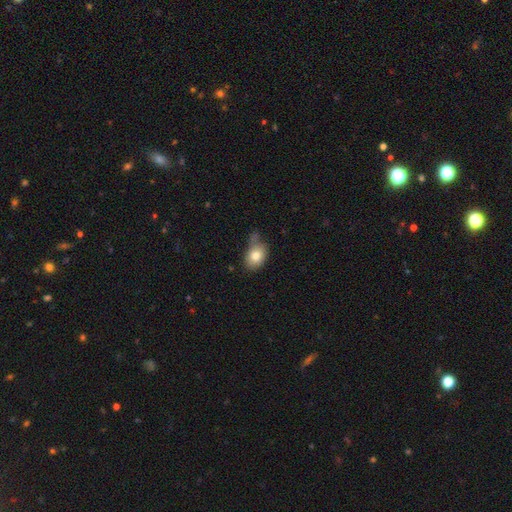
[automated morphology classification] smooth-or-featured: smooth: 78% | featured or disk: 13% | star or artifact: 9%
  how-rounded: in between: 70% | round: 29% | cigar-shaped: 1%
  merging: none: 47% | minor disturbance: 32% | major disturbance: 12% | merger: 10%